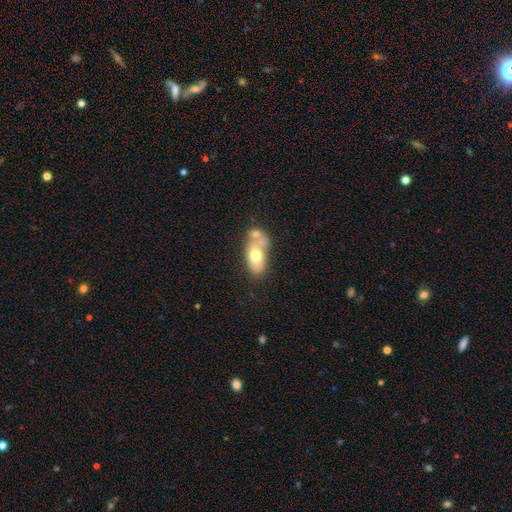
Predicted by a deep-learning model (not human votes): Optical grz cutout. It shows a smooth galaxy with no disk features (65%) that is in between round and cigar-shaped (88%). Merging: merger (54%).